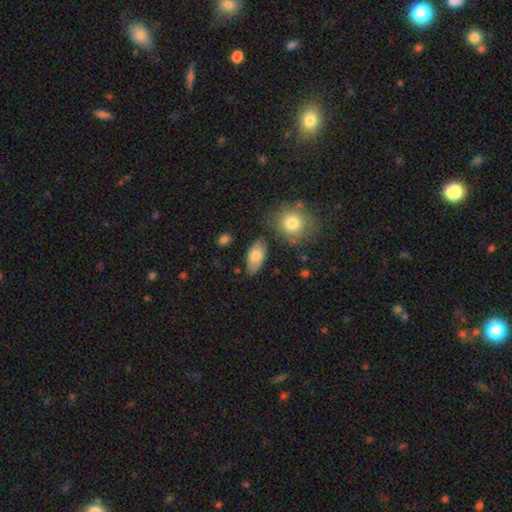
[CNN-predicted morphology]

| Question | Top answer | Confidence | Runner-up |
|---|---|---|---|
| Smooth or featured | smooth | 79% | featured or disk (14%) |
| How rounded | in between | 91% | cigar-shaped (5%) |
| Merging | none | 76% | minor disturbance (16%) |